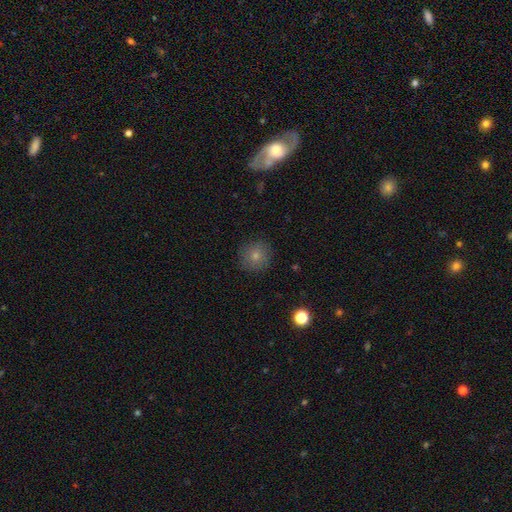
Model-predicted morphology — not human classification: smooth_or_featured: smooth (p=0.79) [alt: star or artifact p=0.12]
how_rounded: round (p=0.93) [alt: in between p=0.06]
merging: none (p=0.88) [alt: minor disturbance p=0.08]